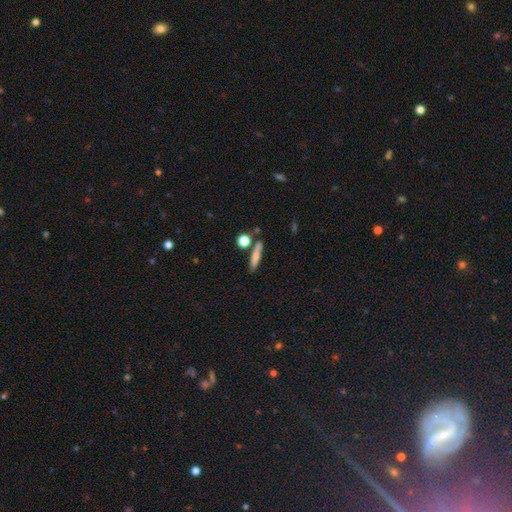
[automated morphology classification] Smooth or featured? smooth (71%)
How rounded? cigar-shaped (76%)
Merging? none (74%)